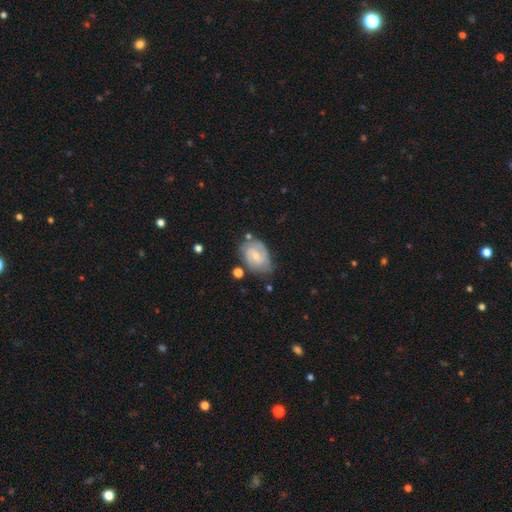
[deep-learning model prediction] Smooth or featured? featured or disk (69%)
Edge-on disk? no (97%)
Bar? no (50%)
Spiral arms? yes (88%)
Spiral winding? tight (57%)
Spiral arm count? 2 (50%)
Bulge size? small (57%)
Merging? none (60%)